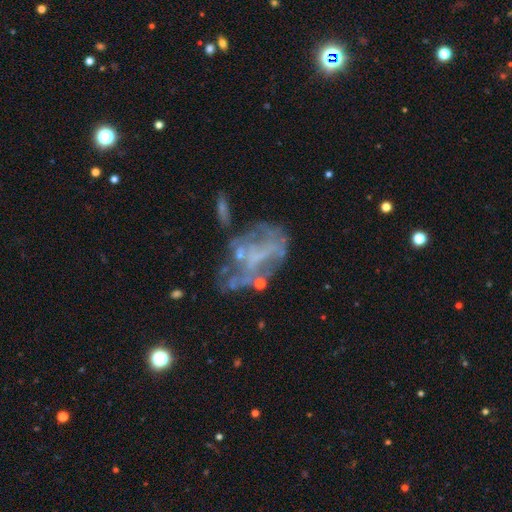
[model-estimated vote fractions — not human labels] The model was most divided on "merging": none: 35%, major disturbance: 32%, minor disturbance: 19%, merger: 14%. More confident: edge-on disk — no (97%); spiral arms — no (75%); bar — no (70%); smooth or featured — featured or disk (68%); bulge size — none (66%).